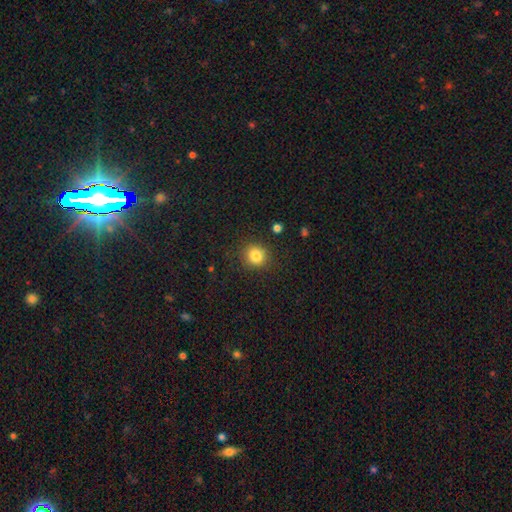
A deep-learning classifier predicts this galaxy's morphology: type=smooth (84%); roundness=round (88%); merging=none (88%).